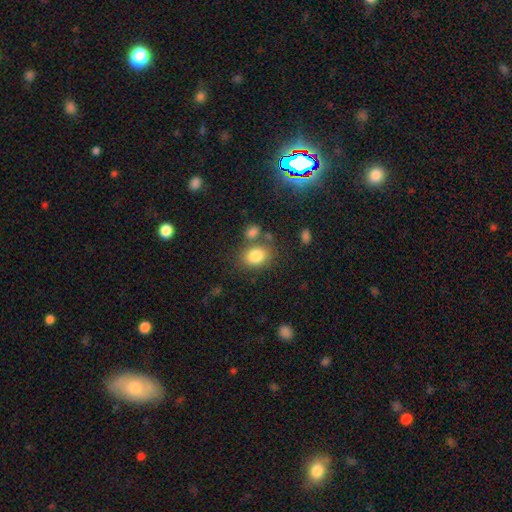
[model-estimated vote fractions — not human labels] A smooth galaxy with no disk features (83%) that is in between round and cigar-shaped (58%).

Vote fractions:
- Smooth or featured? smooth: 83% / star or artifact: 10% / featured or disk: 8%
- How rounded? in between: 58% / round: 41% / cigar-shaped: 1%
- Merging? none: 64% / merger: 17% / minor disturbance: 13% / major disturbance: 5%